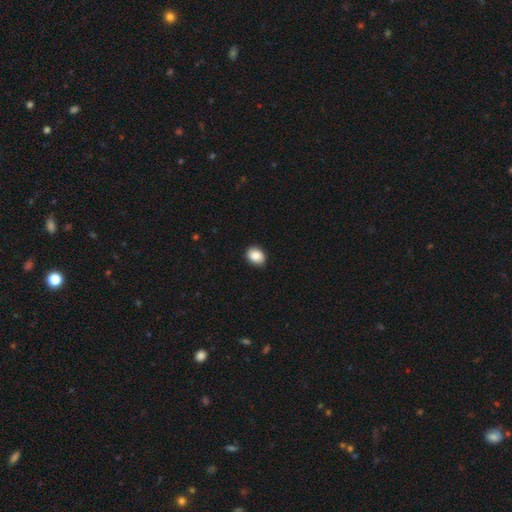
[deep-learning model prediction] Smooth or featured? Predicted: smooth (p=0.87). How rounded? Predicted: in between (p=0.64). Merging? Predicted: none (p=0.88).